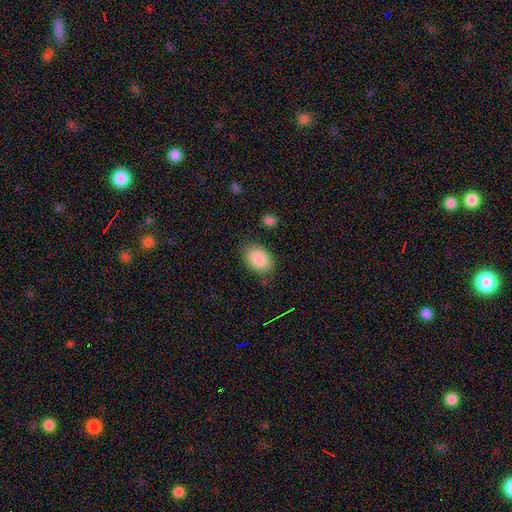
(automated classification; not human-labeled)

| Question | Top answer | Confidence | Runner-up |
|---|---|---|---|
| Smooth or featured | smooth | 87% | star or artifact (8%) |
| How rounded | in between | 81% | round (18%) |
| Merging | none | 82% | minor disturbance (13%) |